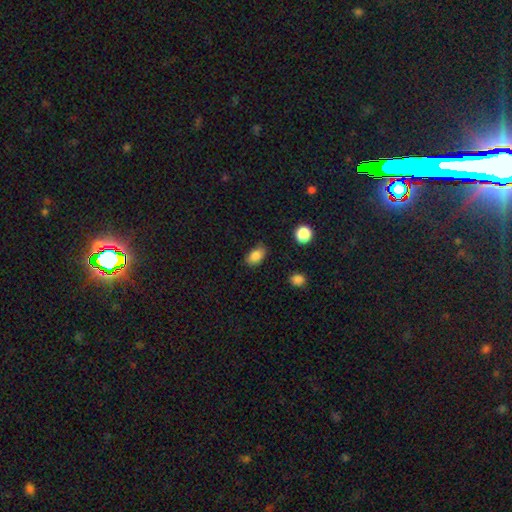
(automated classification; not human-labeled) Q: Smooth or featured?
A: smooth (86%); runner-up: star or artifact (9%)
Q: How rounded?
A: in between (86%); runner-up: round (12%)
Q: Merging?
A: none (75%); runner-up: minor disturbance (19%)